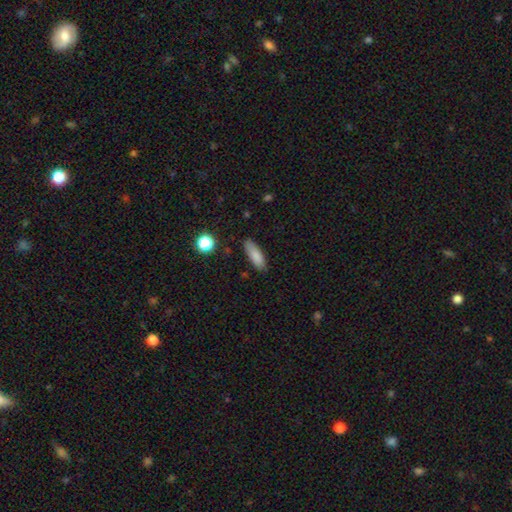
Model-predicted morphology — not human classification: Smooth or featured? smooth (85%)
How rounded? in between (55%)
Merging? none (83%)